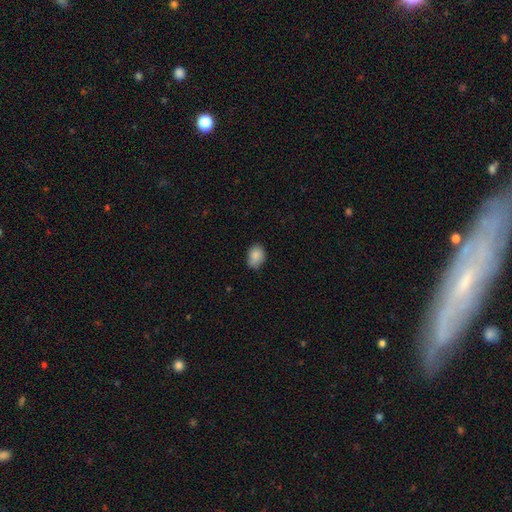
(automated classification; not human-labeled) Smooth or featured: smooth — 86% (star or artifact — 8%)
How rounded: in between — 67% (round — 32%)
Merging: none — 69% (minor disturbance — 26%)